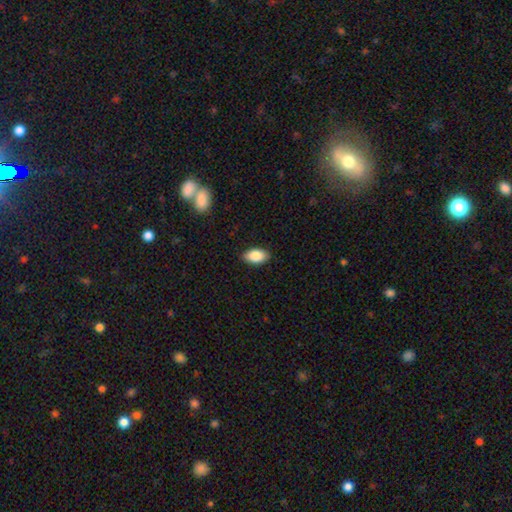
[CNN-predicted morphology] The model was most divided on "merging": none: 87%, minor disturbance: 10%, major disturbance: 2%, merger: 1%. More confident: how rounded — in between (93%); smooth or featured — smooth (87%).